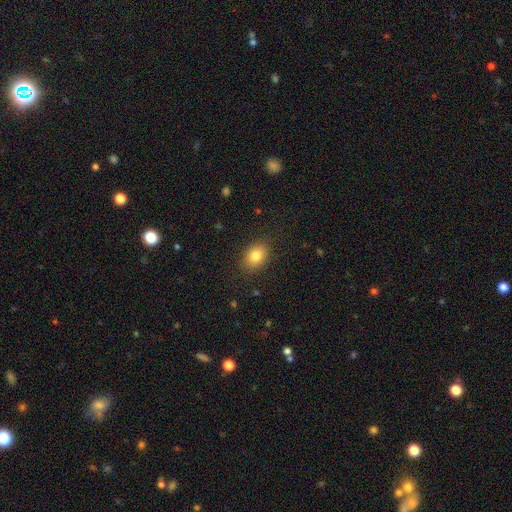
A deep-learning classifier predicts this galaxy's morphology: A smooth galaxy with no disk features (82%) that is in between round and cigar-shaped (73%).

Vote fractions:
- Smooth or featured? smooth: 82% / star or artifact: 10% / featured or disk: 9%
- How rounded? in between: 73% / round: 25% / cigar-shaped: 1%
- Merging? none: 86% / minor disturbance: 10% / major disturbance: 3% / merger: 1%